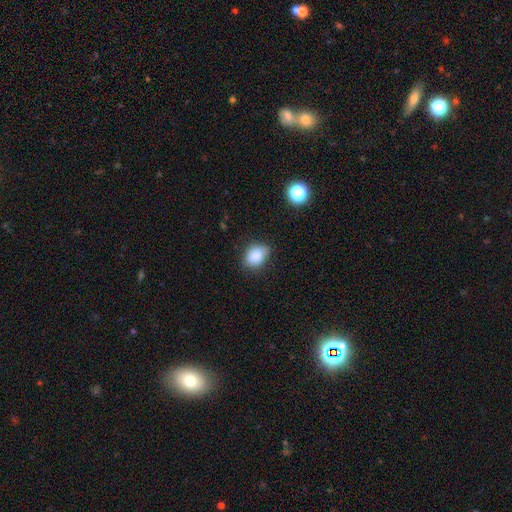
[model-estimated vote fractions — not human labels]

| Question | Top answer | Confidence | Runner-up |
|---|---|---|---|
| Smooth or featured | smooth | 86% | star or artifact (8%) |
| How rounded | in between | 69% | round (29%) |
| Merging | none | 74% | minor disturbance (21%) |